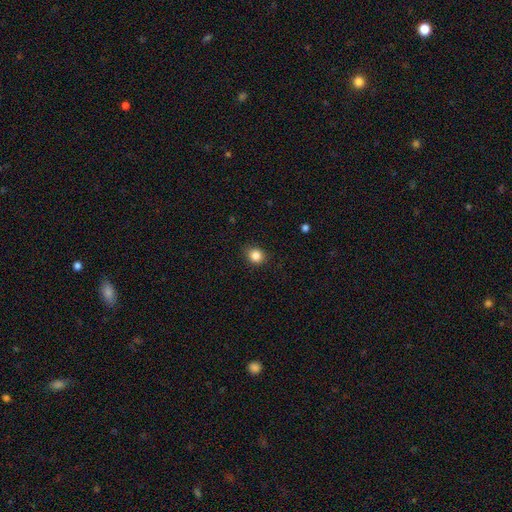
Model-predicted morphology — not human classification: type=smooth (85%); roundness=round (76%); merging=none (86%).